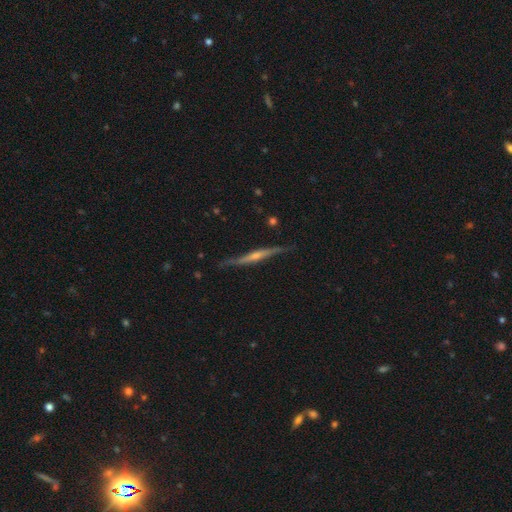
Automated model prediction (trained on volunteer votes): Smooth or featured? featured or disk (77%)
Edge-on disk? yes (97%)
Edge-on bulge? rounded (77%)
Merging? none (86%)